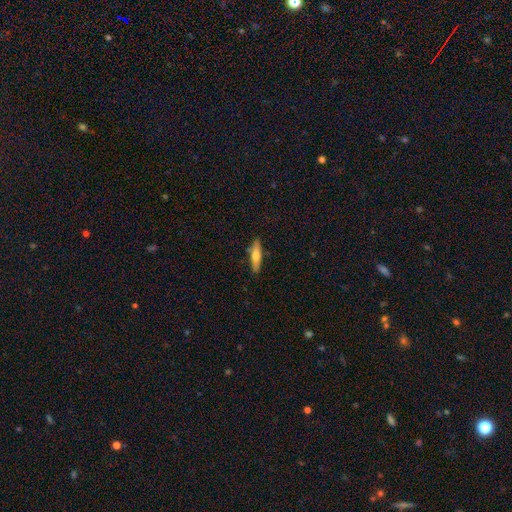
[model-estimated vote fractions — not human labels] Smooth or featured? Predicted: smooth (p=0.61). How rounded? Predicted: cigar-shaped (p=0.73). Merging? Predicted: none (p=0.86).